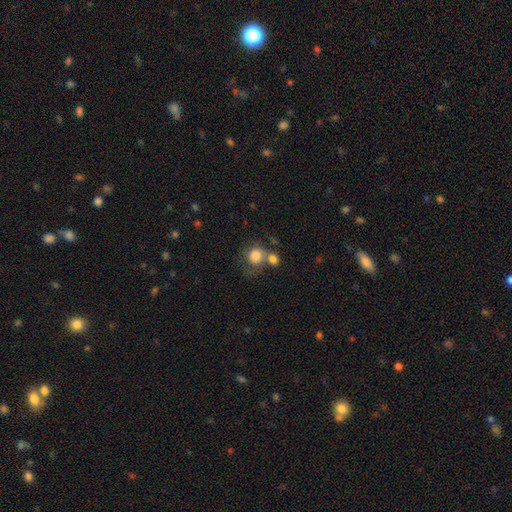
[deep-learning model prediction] Smooth or featured: smooth — 79% (featured or disk — 12%)
How rounded: round — 78% (in between — 21%)
Merging: merger — 38% (none — 36%)